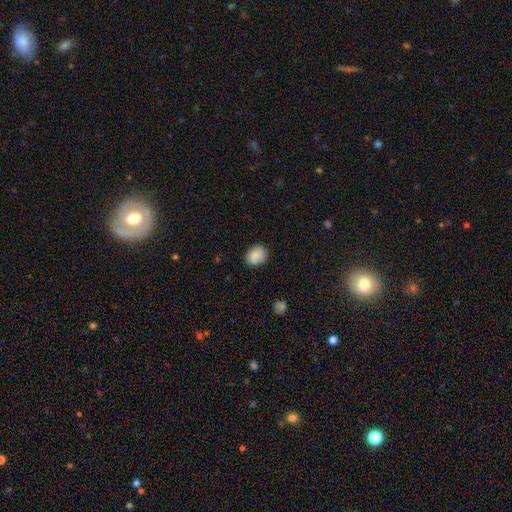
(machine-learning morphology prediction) This is clearly a smooth galaxy (84%). How rounded: possibly round (53%). Merging: likely none (75%).